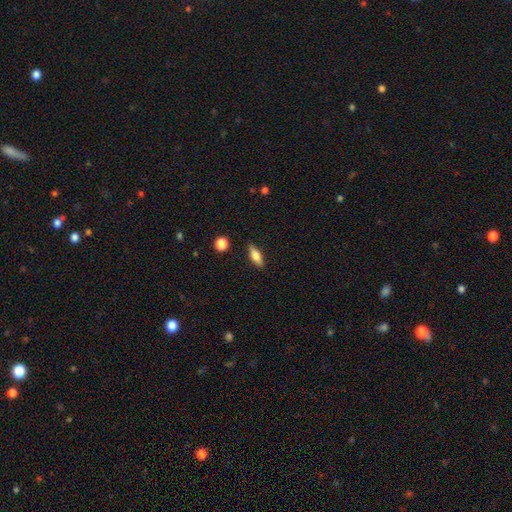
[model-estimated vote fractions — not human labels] smooth-or-featured: smooth: 67% | featured or disk: 26% | star or artifact: 7%
  how-rounded: in between: 66% | cigar-shaped: 30% | round: 4%
  merging: none: 86% | minor disturbance: 10% | major disturbance: 2% | merger: 2%